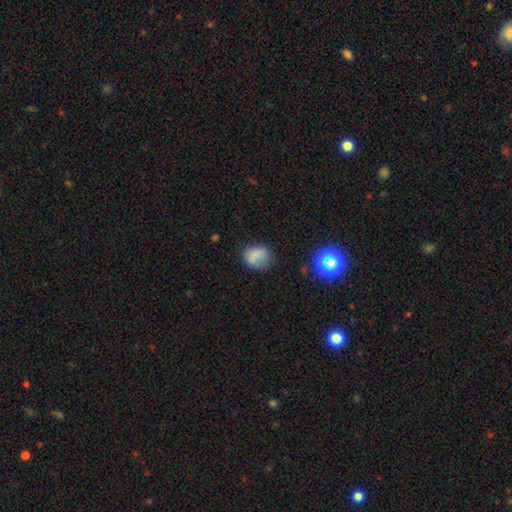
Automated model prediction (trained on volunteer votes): Smooth or featured?
  - smooth: 79% *
  - star or artifact: 13%
  - featured or disk: 8%
How rounded?
  - round: 58% *
  - in between: 40%
  - cigar-shaped: 1%
Merging?
  - none: 69% *
  - minor disturbance: 22%
  - major disturbance: 7%
  - merger: 2%